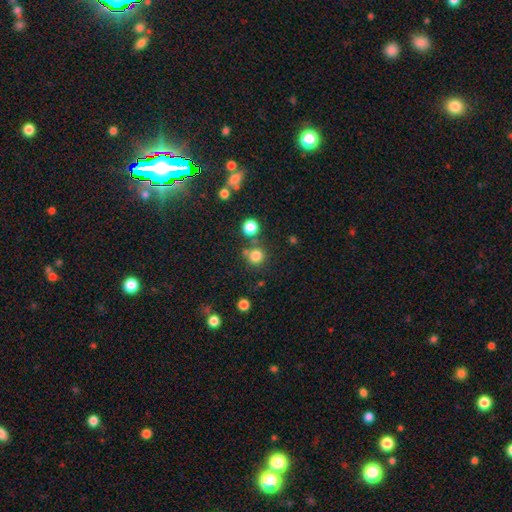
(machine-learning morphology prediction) smooth 79%, star or artifact 15%, featured or disk 5%. Down the decision tree: how rounded — round (92%); merging — none (73%).